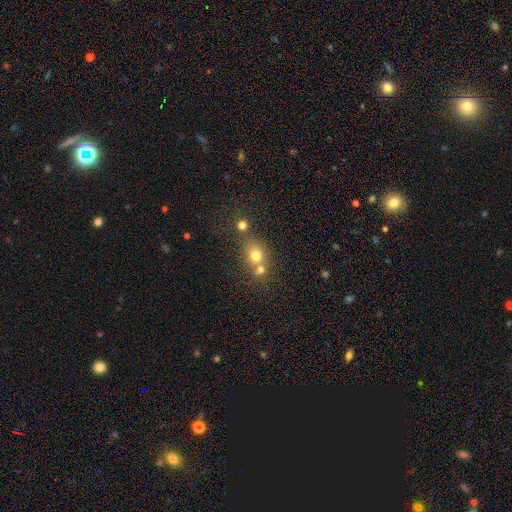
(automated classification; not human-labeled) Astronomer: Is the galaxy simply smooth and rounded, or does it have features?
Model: smooth — 70%.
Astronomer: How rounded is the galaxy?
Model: round — 68%.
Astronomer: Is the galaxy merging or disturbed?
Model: none — 49% (runner-up: merger, 36%).